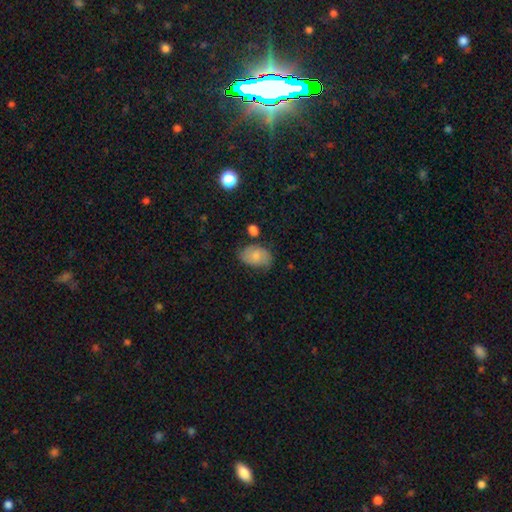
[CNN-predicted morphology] Smooth or featured?
  - smooth: 68% *
  - featured or disk: 24%
  - star or artifact: 8%
How rounded?
  - in between: 84% *
  - round: 15%
  - cigar-shaped: 1%
Merging?
  - none: 63% *
  - minor disturbance: 25%
  - major disturbance: 7%
  - merger: 5%